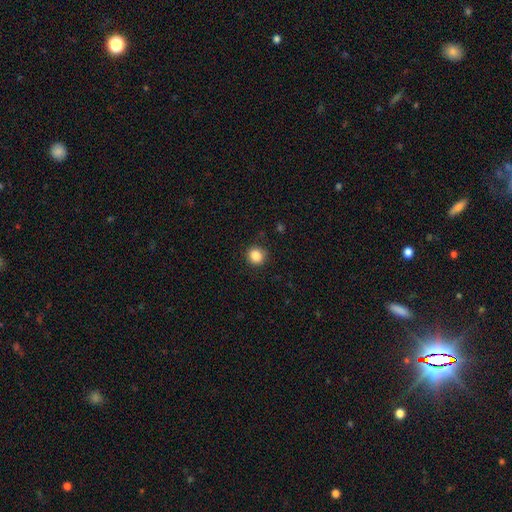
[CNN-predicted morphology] This is clearly a smooth galaxy (86%). How rounded: clearly round (91%). Merging: clearly none (89%).